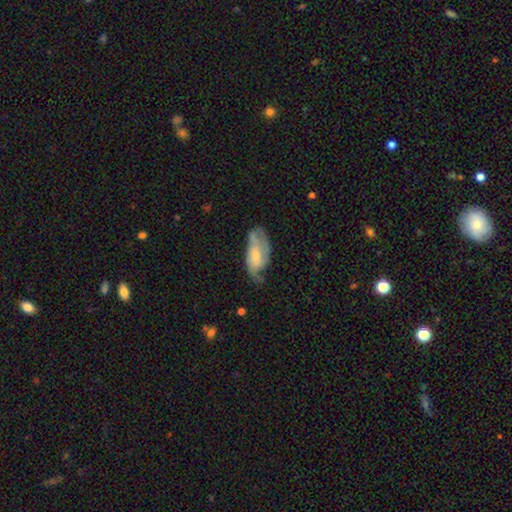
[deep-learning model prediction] featured or disk 60%, smooth 34%, star or artifact 6%. Down the decision tree: edge-on disk — no (92%); bar — no (59%); spiral arms — yes (81%); bulge size — small (53%); merging — none (43%).